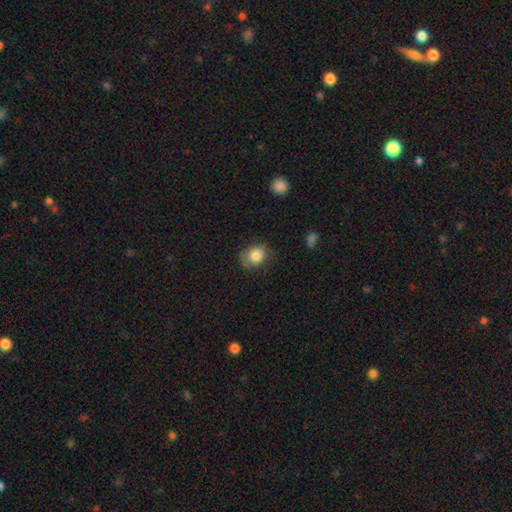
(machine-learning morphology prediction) type=smooth (83%); roundness=round (57%); merging=none (64%).